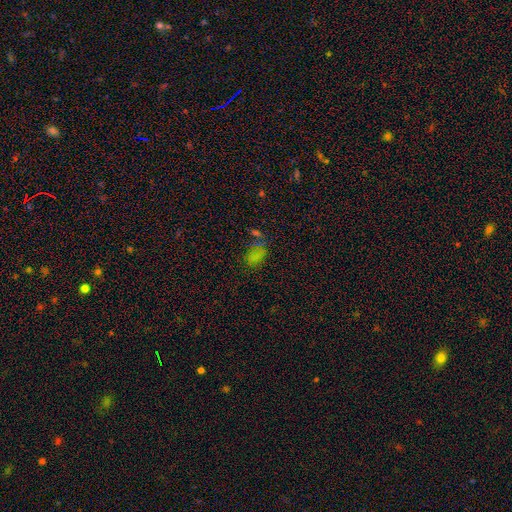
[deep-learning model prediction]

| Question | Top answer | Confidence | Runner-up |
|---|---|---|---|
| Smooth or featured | smooth | 62% | star or artifact (30%) |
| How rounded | in between | 86% | round (11%) |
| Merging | none | 50% | minor disturbance (21%) |